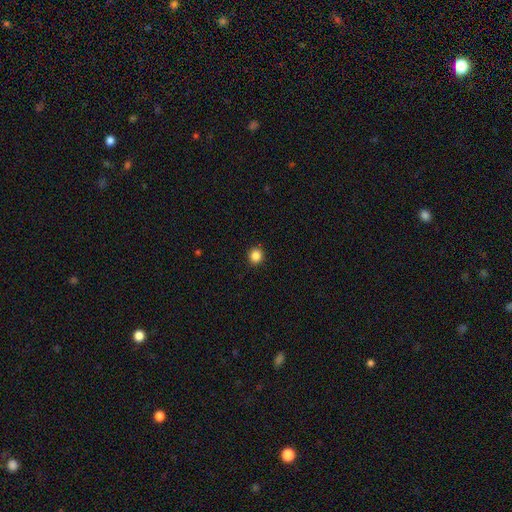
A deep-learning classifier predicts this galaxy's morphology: This appears to be a smooth galaxy with no disk features (86%) that is round (91%). Merging: none (93%).